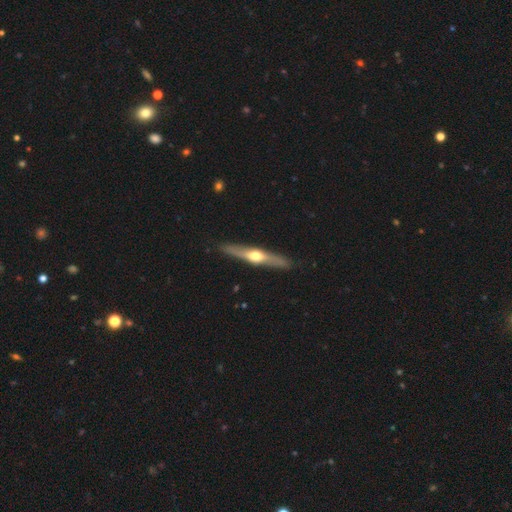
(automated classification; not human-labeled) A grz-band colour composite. It shows a featured or disk galaxy (69%) viewed edge-on (94%) with a rounded central bulge (93%). Merging: none (90%).